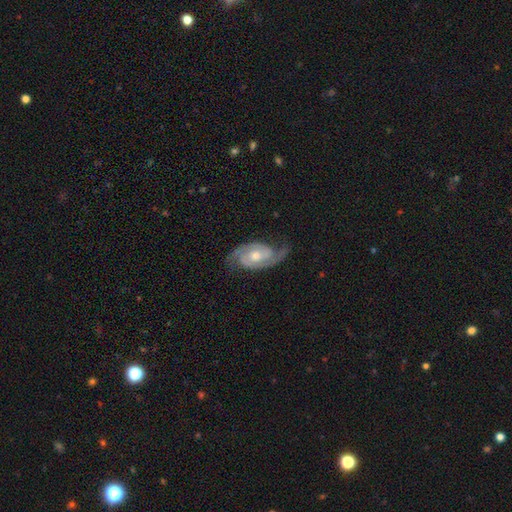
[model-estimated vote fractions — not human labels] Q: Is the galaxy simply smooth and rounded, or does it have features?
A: featured or disk — 89%.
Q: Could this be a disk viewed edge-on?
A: no — 97%.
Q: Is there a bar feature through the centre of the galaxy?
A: no — 59%.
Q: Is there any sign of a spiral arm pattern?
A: yes — 98%.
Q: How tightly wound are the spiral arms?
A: medium — 47%.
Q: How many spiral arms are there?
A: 2 — 91%.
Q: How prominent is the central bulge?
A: moderate — 69%.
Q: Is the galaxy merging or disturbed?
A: none — 76%.